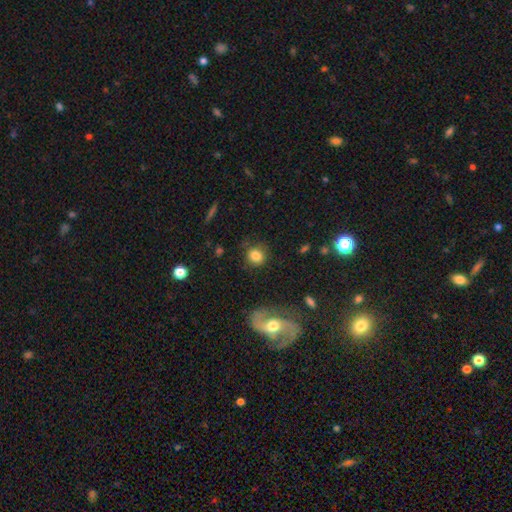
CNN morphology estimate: smooth-or-featured: smooth: 81% | star or artifact: 10% | featured or disk: 10%
  how-rounded: round: 84% | in between: 15% | cigar-shaped: 1%
  merging: none: 76% | minor disturbance: 15% | major disturbance: 6% | merger: 3%